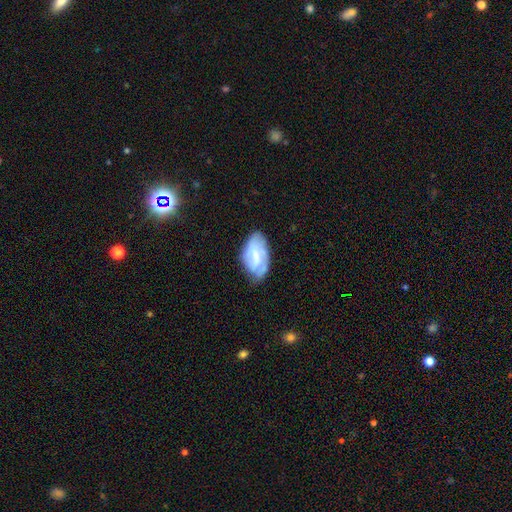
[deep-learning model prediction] smooth_or_featured: featured or disk (p=0.55) [alt: smooth p=0.39]
disk_edge_on: no (p=0.95) [alt: yes p=0.05]
bar: weak (p=0.47) [alt: no p=0.39]
has_spiral_arms: yes (p=0.78) [alt: no p=0.22]
bulge_size: small (p=0.51) [alt: moderate p=0.29]
merging: none (p=0.55) [alt: minor disturbance p=0.32]